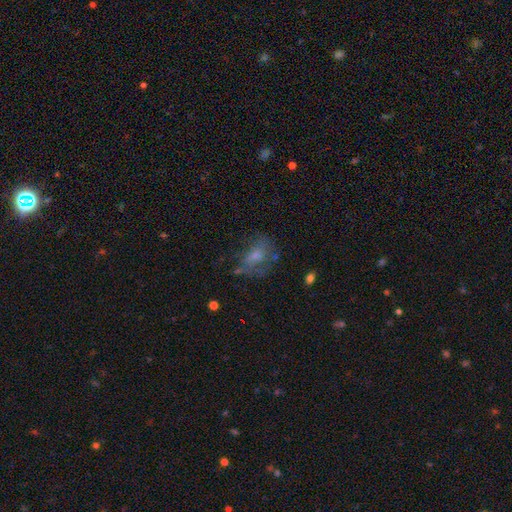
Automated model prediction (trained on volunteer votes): Q: Smooth or featured?
A: smooth (48%); runner-up: featured or disk (39%)
Q: Merging?
A: none (43%); runner-up: major disturbance (29%)